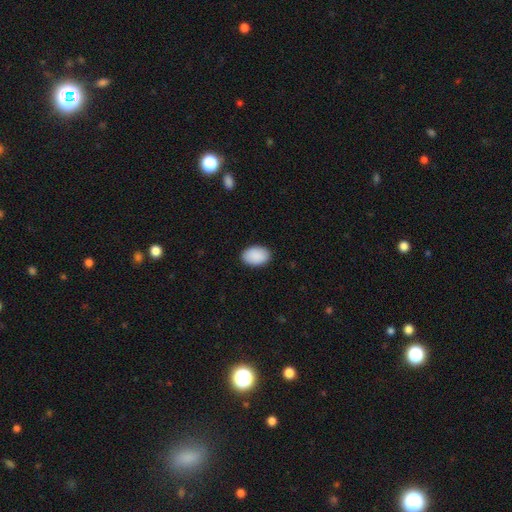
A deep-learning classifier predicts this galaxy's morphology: This is clearly a smooth galaxy (91%). How rounded: clearly in between (87%). Merging: clearly none (89%).